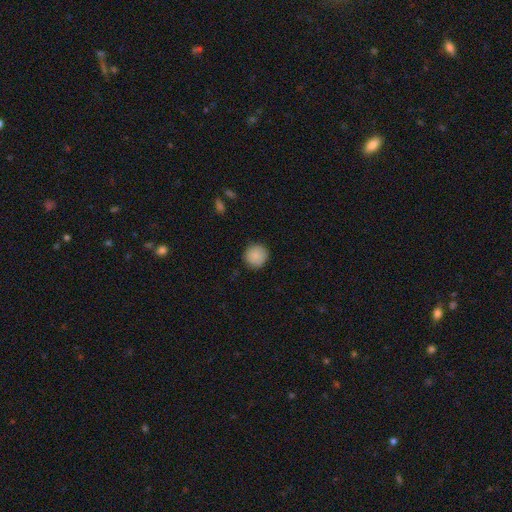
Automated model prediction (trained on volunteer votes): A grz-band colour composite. It shows a smooth galaxy with no disk features (88%) that is round (93%). Merging: none (88%).